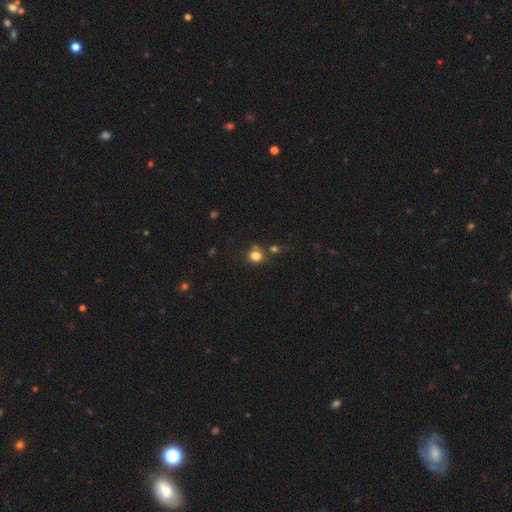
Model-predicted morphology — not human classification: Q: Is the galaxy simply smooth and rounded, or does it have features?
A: smooth — 80%.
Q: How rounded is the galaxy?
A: round — 81%.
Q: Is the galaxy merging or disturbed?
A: none — 66%.